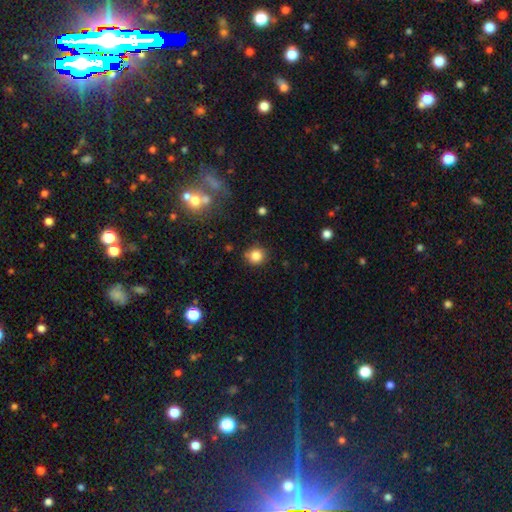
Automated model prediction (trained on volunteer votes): This appears to be a smooth galaxy with no disk features (84%) that is round (89%). Merging: none (84%).